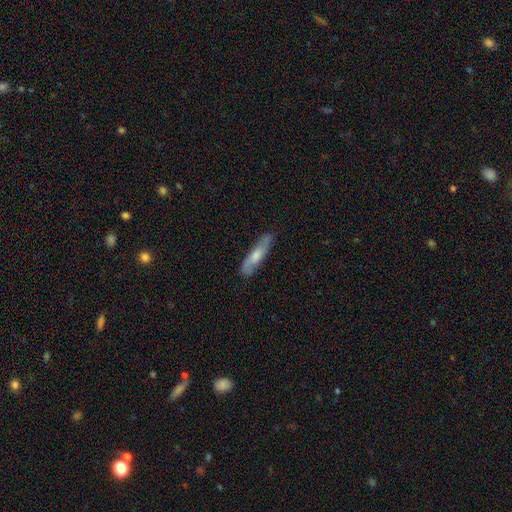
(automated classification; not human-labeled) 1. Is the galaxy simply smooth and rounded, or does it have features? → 48% featured or disk, 45% smooth, 6% star or artifact.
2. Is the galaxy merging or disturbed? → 84% none, 12% minor disturbance, 3% major disturbance, 1% merger.